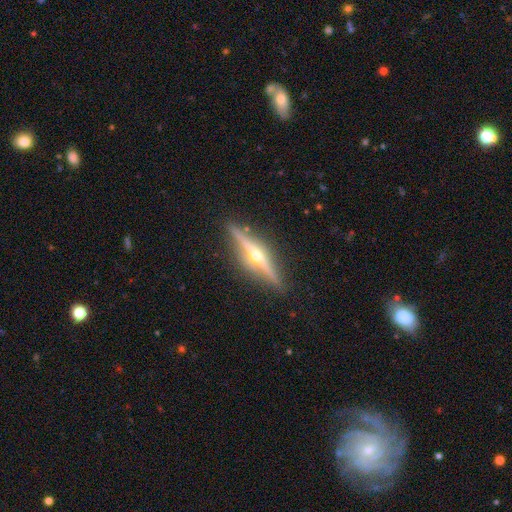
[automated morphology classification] Overall: featured or disk (85%). Edge-on disk: yes (98%). Edge-on bulge: rounded (94%). Merging: none (90%).